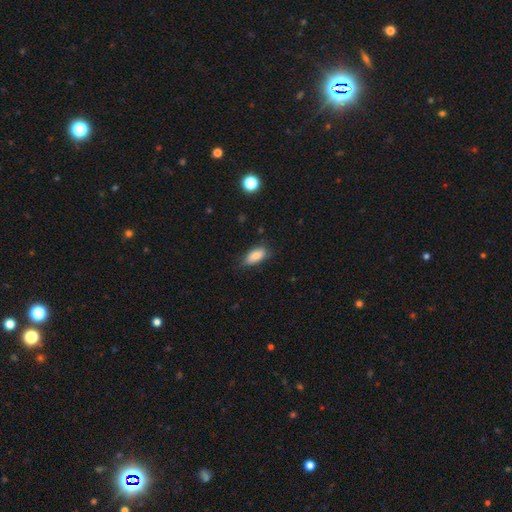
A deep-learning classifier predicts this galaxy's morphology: Smooth or featured? Predicted: smooth (p=0.83). How rounded? Predicted: in between (p=0.86). Merging? Predicted: none (p=0.73).